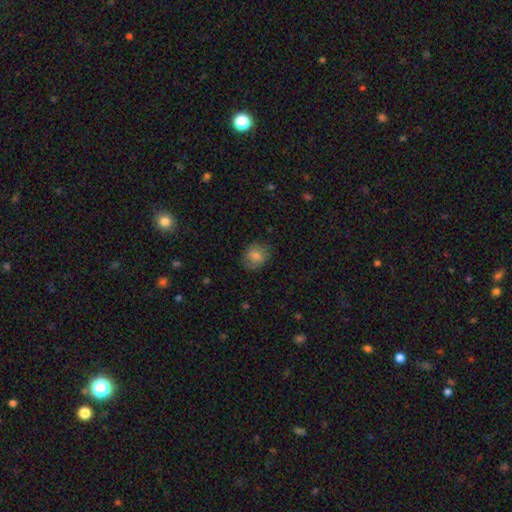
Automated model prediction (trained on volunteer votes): smooth-or-featured: smooth: 75% | featured or disk: 15% | star or artifact: 11%
  how-rounded: round: 67% | in between: 32% | cigar-shaped: 1%
  merging: none: 81% | minor disturbance: 14% | major disturbance: 4% | merger: 1%